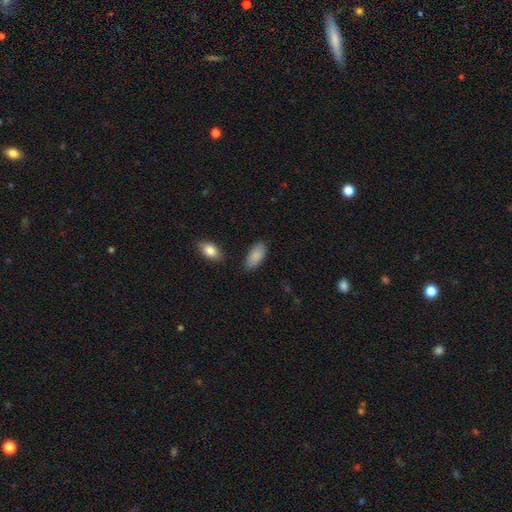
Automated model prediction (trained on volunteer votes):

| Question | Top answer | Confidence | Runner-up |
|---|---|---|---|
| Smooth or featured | smooth | 88% | star or artifact (6%) |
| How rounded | in between | 92% | cigar-shaped (6%) |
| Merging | none | 80% | minor disturbance (14%) |